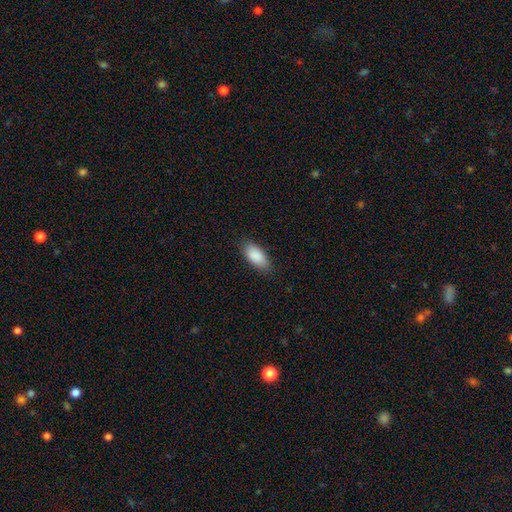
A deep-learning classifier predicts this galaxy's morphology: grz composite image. It shows a smooth galaxy with no disk features (89%) that is in between round and cigar-shaped (90%). Merging: none (83%).